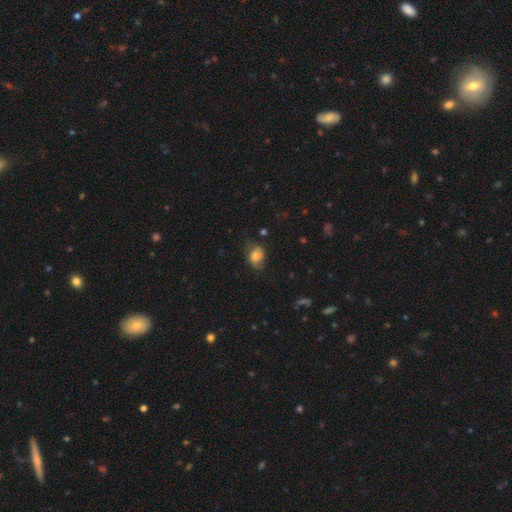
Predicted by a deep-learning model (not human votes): A smooth galaxy with no disk features (78%) that is in between round and cigar-shaped (61%).

Vote fractions:
- Smooth or featured? smooth: 78% / featured or disk: 13% / star or artifact: 9%
- How rounded? in between: 61% / round: 38% / cigar-shaped: 1%
- Merging? none: 60% / minor disturbance: 29% / major disturbance: 9% / merger: 2%